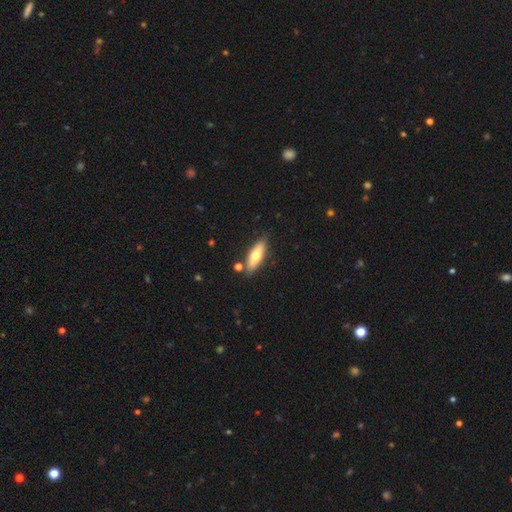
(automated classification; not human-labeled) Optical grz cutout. It shows a smooth galaxy with no disk features (60%) that is in between round and cigar-shaped (52%). Merging: none (82%).